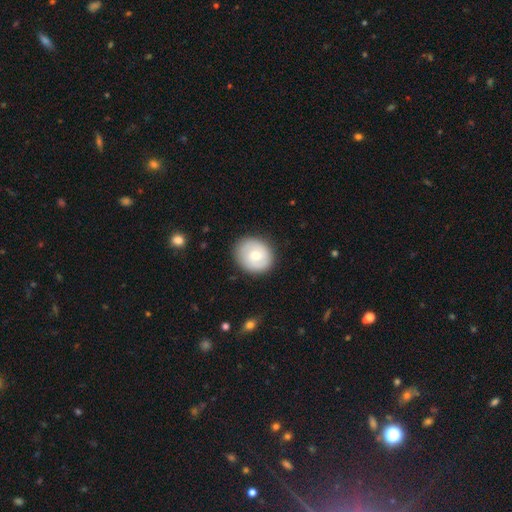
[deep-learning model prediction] smooth_or_featured: smooth (p=0.60) [alt: featured or disk p=0.34]
how_rounded: round (p=0.72) [alt: in between p=0.27]
merging: none (p=0.85) [alt: minor disturbance p=0.11]